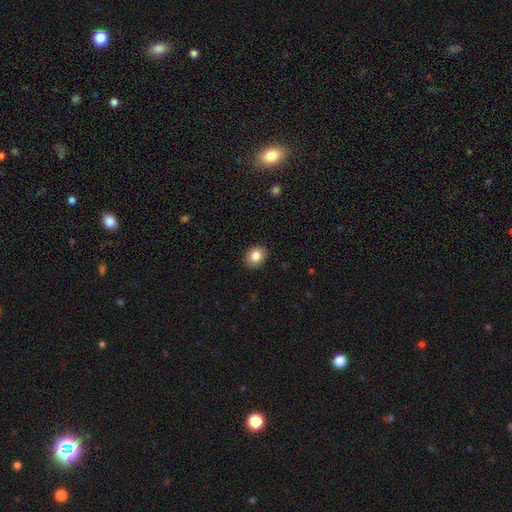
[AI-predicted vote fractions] Smooth or featured: smooth — 85% (star or artifact — 9%)
How rounded: round — 55% (in between — 44%)
Merging: none — 90% (minor disturbance — 7%)